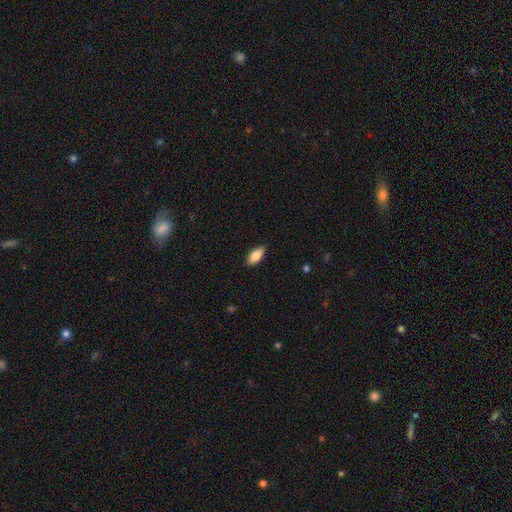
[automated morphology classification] Smooth or featured? Predicted: smooth (p=0.83). How rounded? Predicted: in between (p=0.87). Merging? Predicted: none (p=0.87).